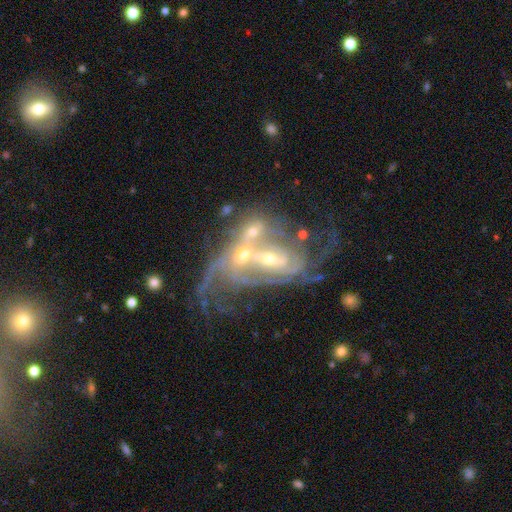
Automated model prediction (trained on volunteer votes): smooth-or-featured: featured or disk: 82% | smooth: 9% | star or artifact: 9%
  disk-edge-on: no: 95% | yes: 5%
    bar: no: 51% | weak: 31% | strong: 18%
    has-spiral-arms: yes: 81% | no: 19%
      spiral-winding: medium: 39% | loose: 36% | tight: 25%
      spiral-arm-count: can't tell: 36% | 2: 31% | 3: 17% | 1: 7% | 4: 6% | more than 4: 4%
    bulge-size: small: 46% | moderate: 44% | none: 5% | large: 3% | dominant: 1%
  merging: merger: 67% | major disturbance: 15% | none: 12% | minor disturbance: 6%